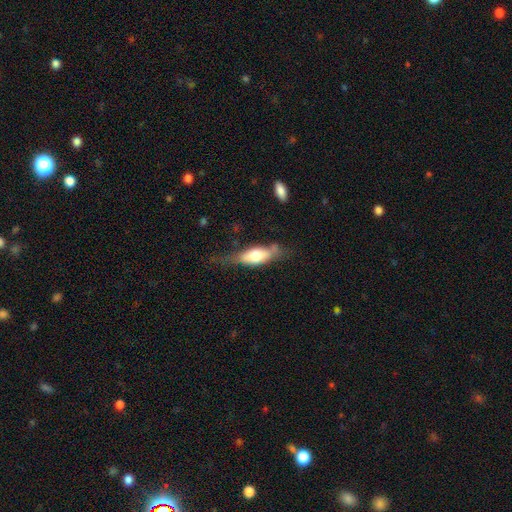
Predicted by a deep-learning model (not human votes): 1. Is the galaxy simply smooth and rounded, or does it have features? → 57% smooth, 36% featured or disk, 6% star or artifact.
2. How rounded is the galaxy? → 64% in between, 33% cigar-shaped, 3% round.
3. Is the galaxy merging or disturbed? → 44% none, 32% minor disturbance, 19% major disturbance, 6% merger.